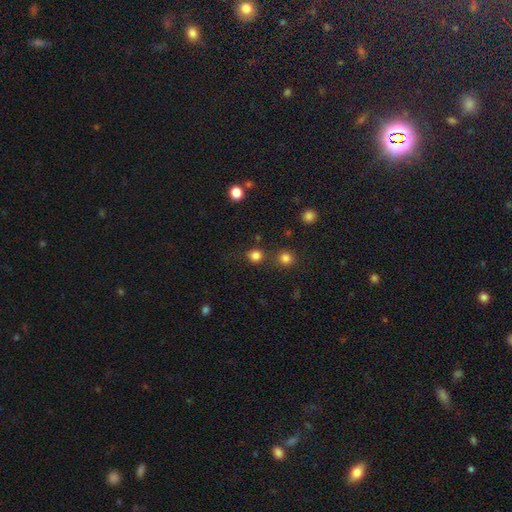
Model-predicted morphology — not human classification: This appears to be a smooth galaxy with no disk features (80%) that is round (87%). Merging: none (76%).